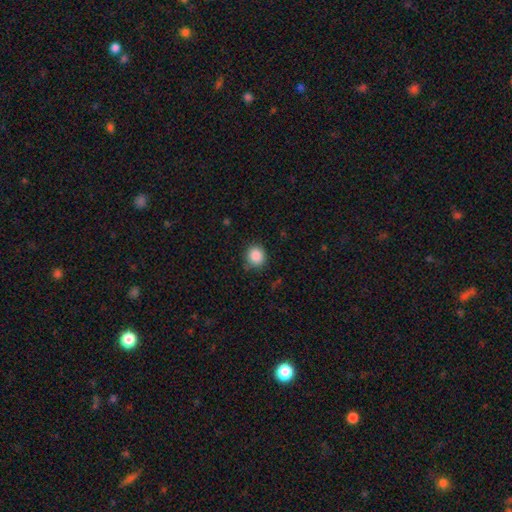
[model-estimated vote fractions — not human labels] A smooth galaxy with no disk features (87%) that is round (87%).

Vote fractions:
- Smooth or featured? smooth: 87% / star or artifact: 9% / featured or disk: 3%
- How rounded? round: 87% / in between: 13% / cigar-shaped: 1%
- Merging? none: 84% / minor disturbance: 11% / major disturbance: 3% / merger: 2%